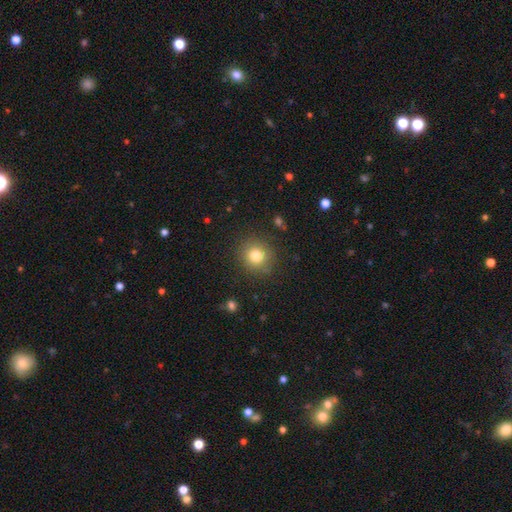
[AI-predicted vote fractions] Smooth or featured: smooth — 80% (star or artifact — 12%)
How rounded: round — 91% (in between — 8%)
Merging: none — 87% (minor disturbance — 8%)